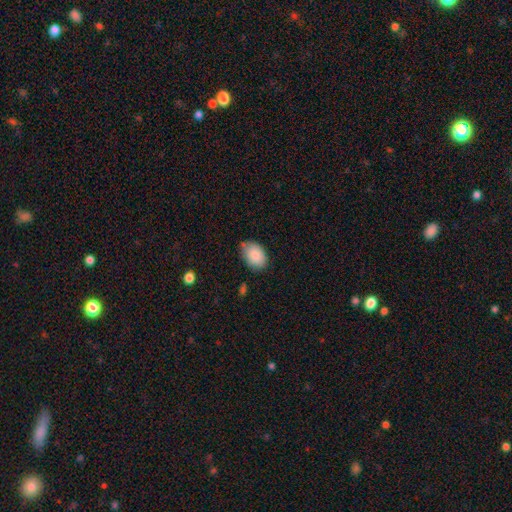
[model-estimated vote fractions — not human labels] This appears to be a smooth galaxy with no disk features (87%) that is in between round and cigar-shaped (86%). Merging: none (70%).